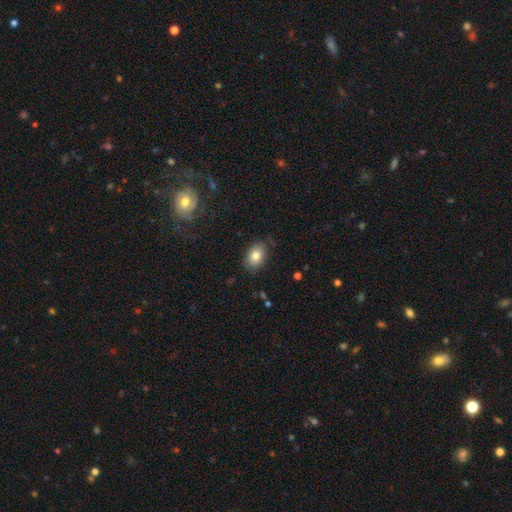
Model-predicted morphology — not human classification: Overall: smooth (79%). How rounded: in between (83%). Merging: none (82%).